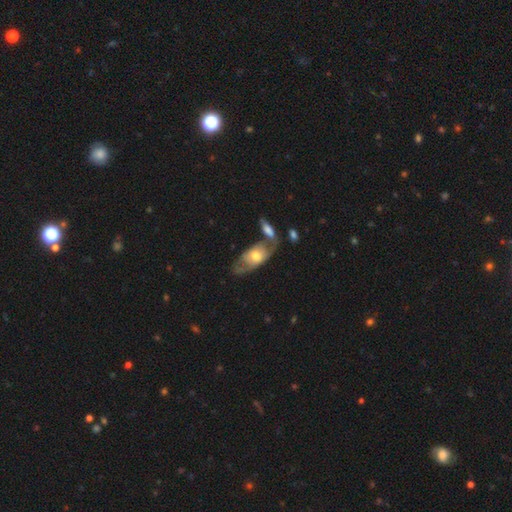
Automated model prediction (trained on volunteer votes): Smooth or featured?
  - smooth: 48% *
  - featured or disk: 47%
  - star or artifact: 6%
Merging?
  - none: 41% *
  - merger: 28%
  - minor disturbance: 21%
  - major disturbance: 11%